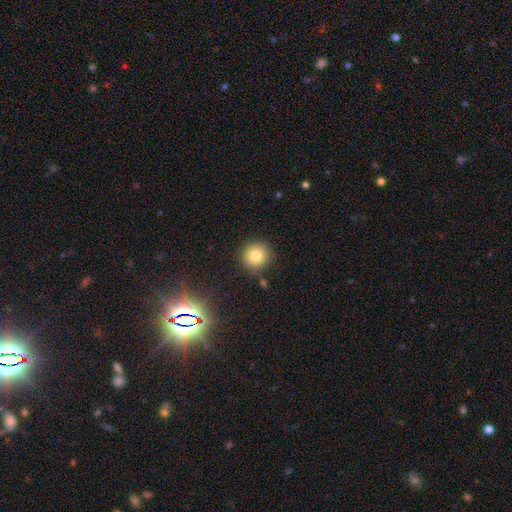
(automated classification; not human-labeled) smooth-or-featured: smooth: 79% | star or artifact: 12% | featured or disk: 8%
  how-rounded: round: 94% | in between: 5% | cigar-shaped: 1%
  merging: none: 85% | minor disturbance: 9% | merger: 4% | major disturbance: 3%